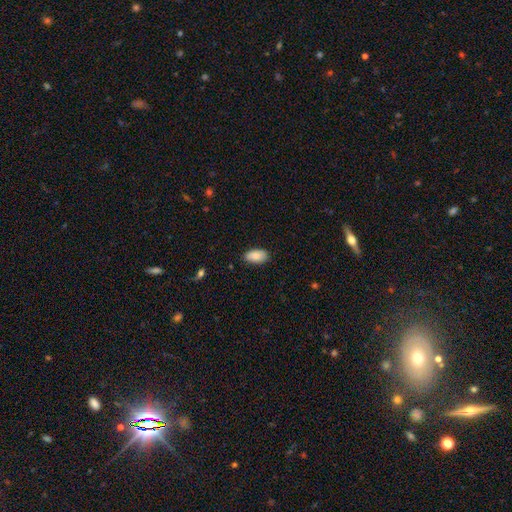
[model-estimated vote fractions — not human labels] This appears to be a smooth galaxy with no disk features (86%) that is in between round and cigar-shaped (94%). Merging: none (84%).